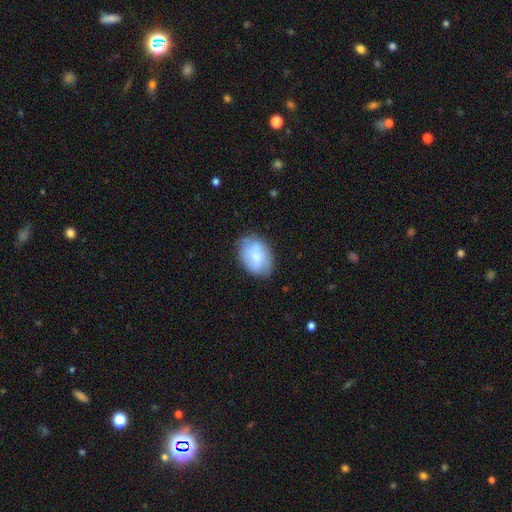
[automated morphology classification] A smooth galaxy with no disk features (66%) that is in between round and cigar-shaped (83%). Merging: none (68%).